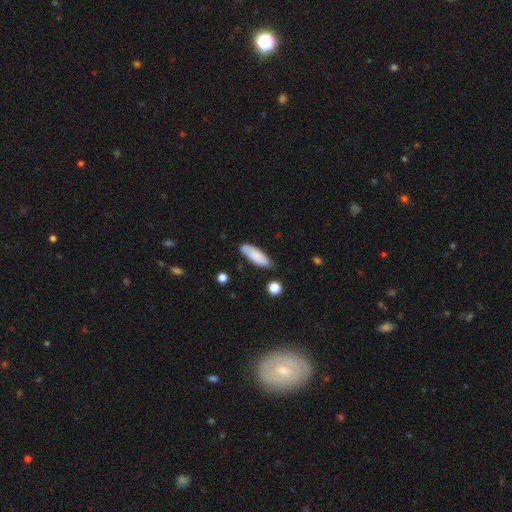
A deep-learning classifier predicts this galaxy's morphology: Smooth or featured: smooth — 80% (featured or disk — 14%)
How rounded: in between — 63% (cigar-shaped — 35%)
Merging: none — 71% (minor disturbance — 22%)